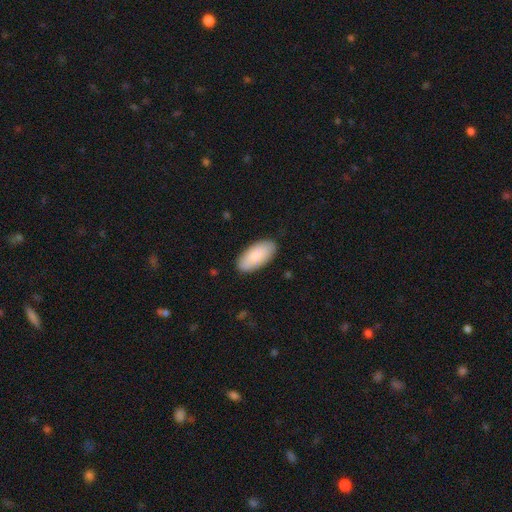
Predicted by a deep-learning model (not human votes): Q: Smooth or featured?
A: smooth (86%); runner-up: featured or disk (9%)
Q: How rounded?
A: in between (92%); runner-up: cigar-shaped (6%)
Q: Merging?
A: none (86%); runner-up: minor disturbance (11%)